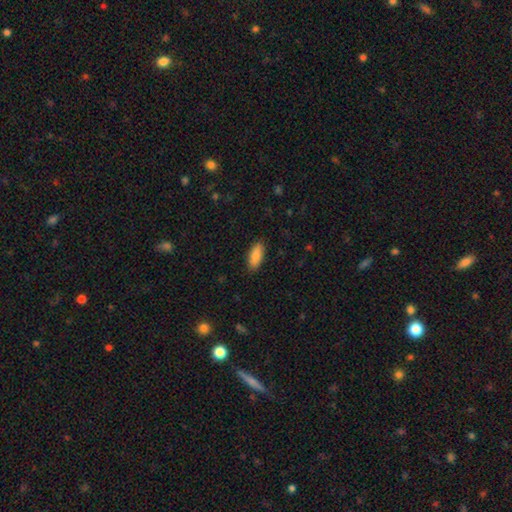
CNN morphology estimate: The model was most divided on "how rounded": in between: 84%, cigar-shaped: 14%, round: 2%. More confident: merging — none (89%); smooth or featured — smooth (87%).